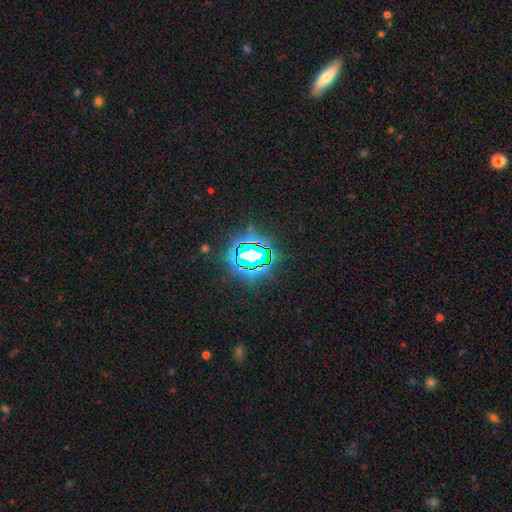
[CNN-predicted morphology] type=star or artifact (77%).